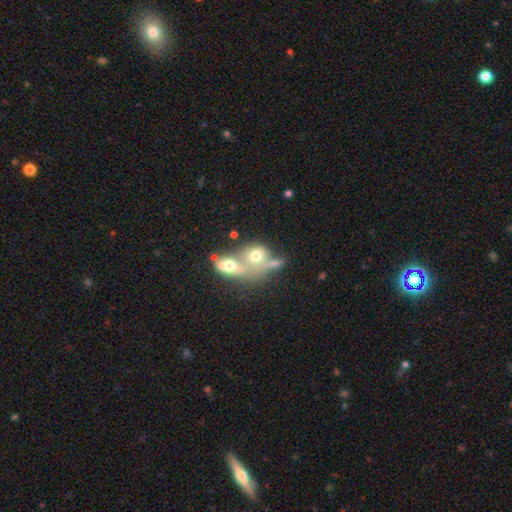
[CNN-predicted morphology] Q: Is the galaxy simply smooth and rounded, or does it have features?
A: smooth — 64%.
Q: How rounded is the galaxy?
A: round — 50%.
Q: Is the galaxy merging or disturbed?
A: merger — 69%.